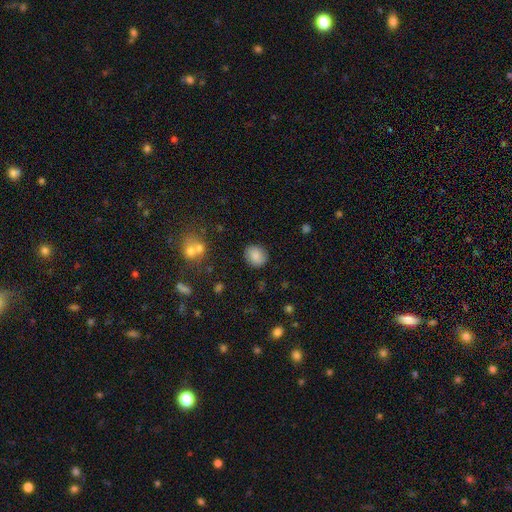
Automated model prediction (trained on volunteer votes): Morphology: type=smooth (83%); roundness=round (71%); merging=none (85%).